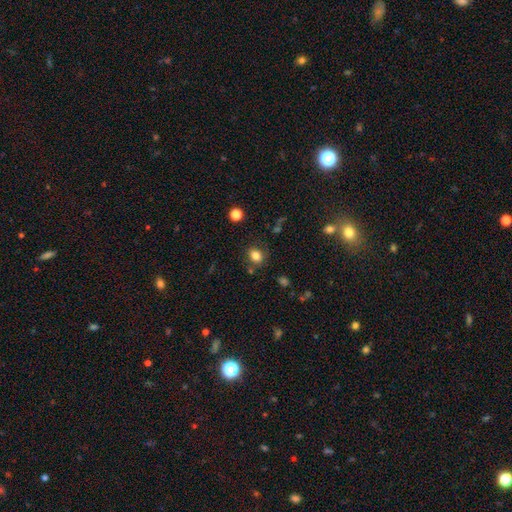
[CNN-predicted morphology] smooth_or_featured: smooth (p=0.81) [alt: star or artifact p=0.12]
how_rounded: round (p=0.54) [alt: in between p=0.45]
merging: none (p=0.79) [alt: minor disturbance p=0.13]